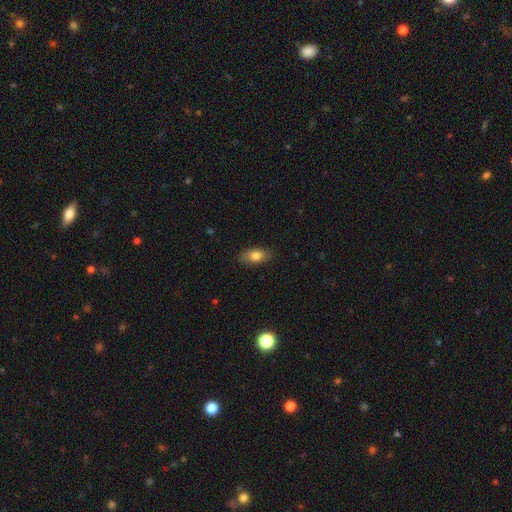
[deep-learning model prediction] This is likely a smooth galaxy (79%). How rounded: clearly in between (88%). Merging: clearly none (83%).